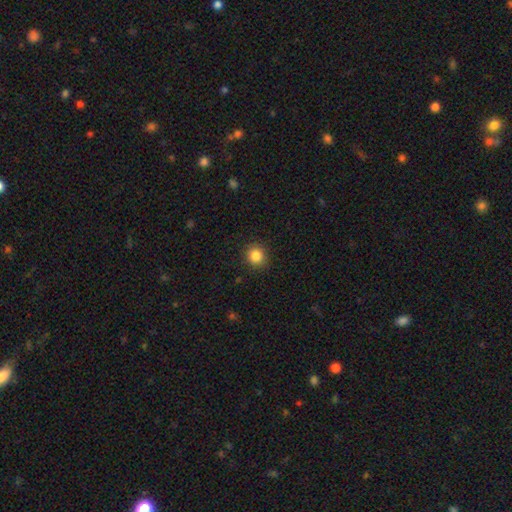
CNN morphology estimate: This appears to be a smooth galaxy with no disk features (86%) that is round (88%). Merging: none (90%).